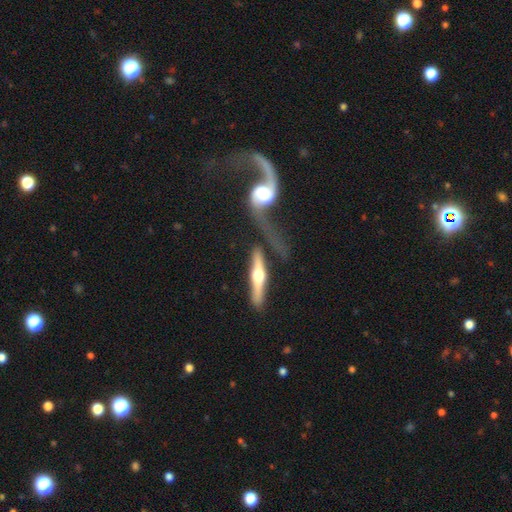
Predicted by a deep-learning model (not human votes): Overall: featured or disk (79%). Edge-on disk: yes (62%; no 38%). Merging: none (43%; merger 27%).